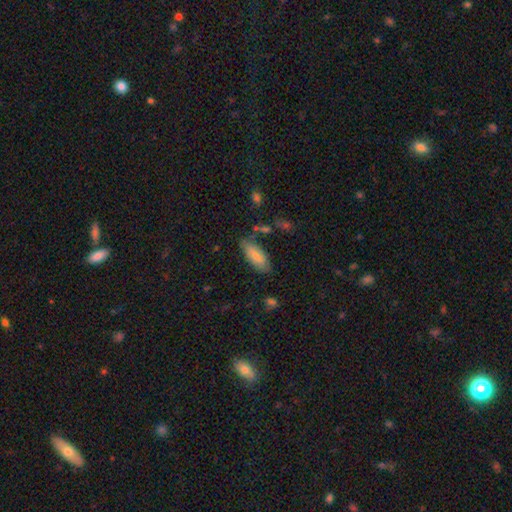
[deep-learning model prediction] Smooth or featured: smooth — 78% (featured or disk — 16%)
How rounded: in between — 81% (cigar-shaped — 18%)
Merging: none — 72% (minor disturbance — 19%)